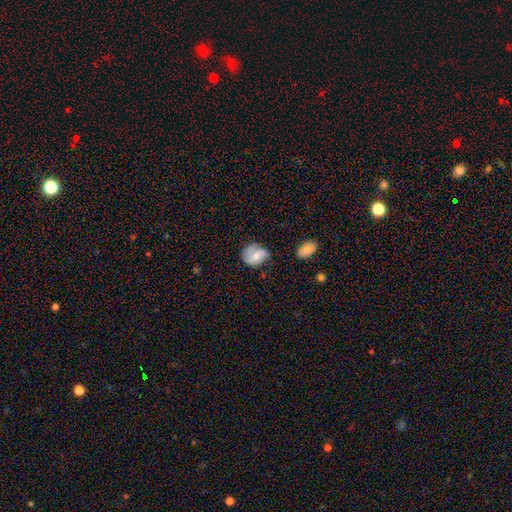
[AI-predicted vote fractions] The model was most divided on "how rounded": in between: 54%, round: 44%, cigar-shaped: 1%. Remaining: smooth or featured — smooth (59%); merging — none (48%).